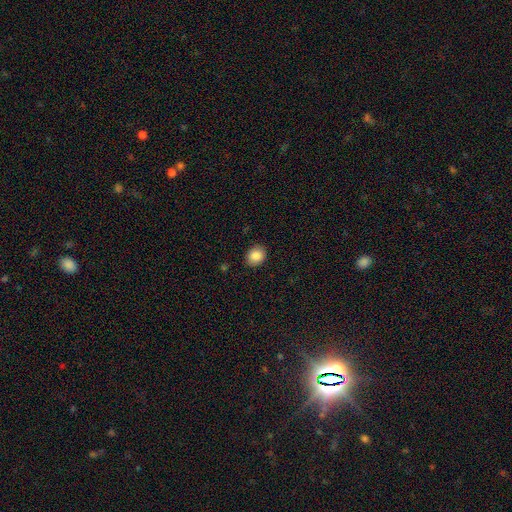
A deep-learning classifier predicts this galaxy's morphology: smooth_or_featured: smooth (p=0.87) [alt: star or artifact p=0.09]
how_rounded: round (p=0.60) [alt: in between p=0.39]
merging: none (p=0.88) [alt: minor disturbance p=0.08]